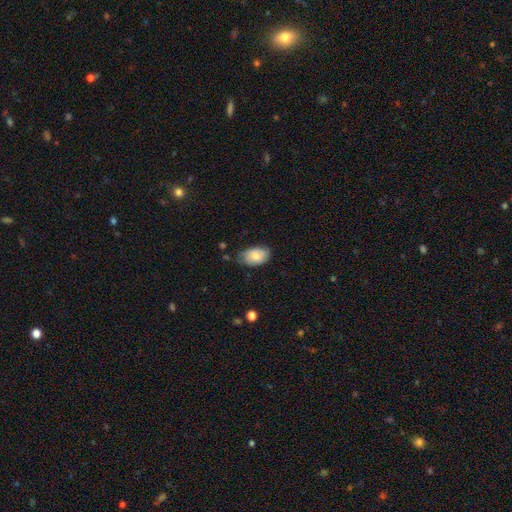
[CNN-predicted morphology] Smooth or featured?
  - smooth: 75% *
  - featured or disk: 18%
  - star or artifact: 7%
How rounded?
  - in between: 89% *
  - round: 10%
  - cigar-shaped: 1%
Merging?
  - none: 57% *
  - minor disturbance: 35%
  - major disturbance: 6%
  - merger: 2%